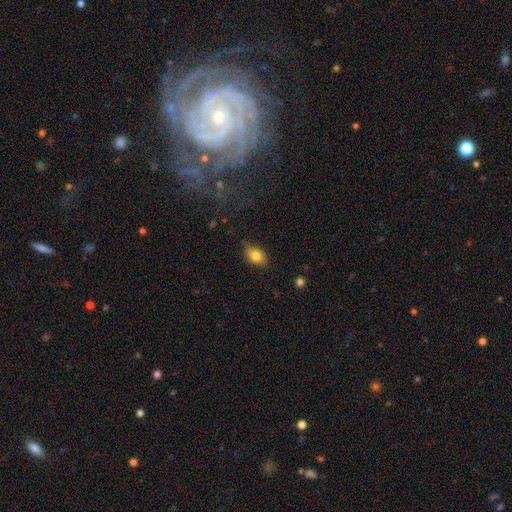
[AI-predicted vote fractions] Smooth or featured? Predicted: smooth (p=0.78). How rounded? Predicted: in between (p=0.83). Merging? Predicted: none (p=0.73).